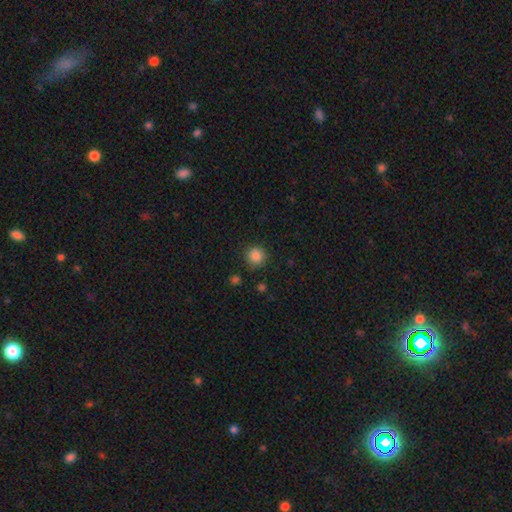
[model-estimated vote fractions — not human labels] Q: Smooth or featured?
A: smooth (85%); runner-up: star or artifact (11%)
Q: How rounded?
A: round (94%); runner-up: in between (5%)
Q: Merging?
A: none (88%); runner-up: minor disturbance (8%)